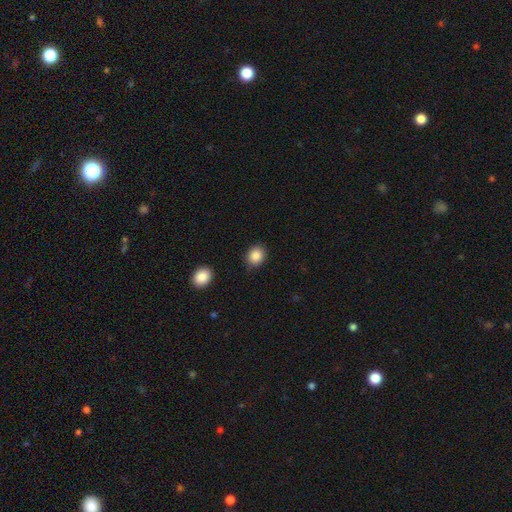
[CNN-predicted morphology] The model was most divided on "how rounded": round: 69%, in between: 30%, cigar-shaped: 1%. More confident: smooth or featured — smooth (87%); merging — none (84%).